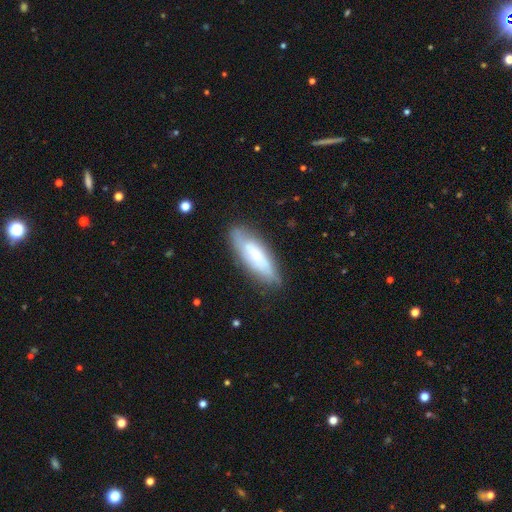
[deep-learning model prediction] Morphology: type=smooth (53%); roundness=in between (57%); merging=none (74%).